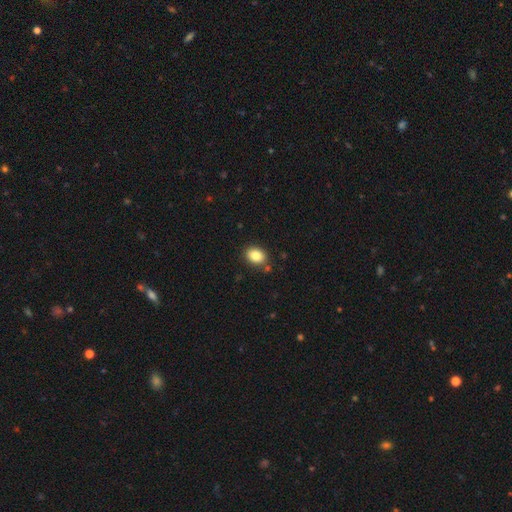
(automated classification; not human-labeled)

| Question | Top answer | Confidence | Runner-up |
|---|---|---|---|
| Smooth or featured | smooth | 85% | star or artifact (9%) |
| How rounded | in between | 66% | round (33%) |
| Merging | none | 83% | minor disturbance (10%) |